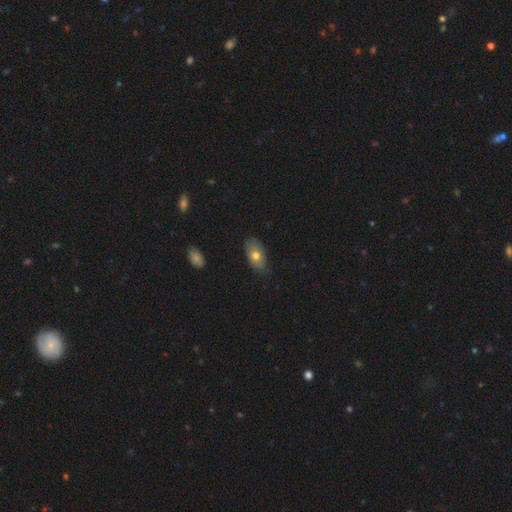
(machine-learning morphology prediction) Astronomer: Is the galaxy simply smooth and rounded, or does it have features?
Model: smooth — 72%.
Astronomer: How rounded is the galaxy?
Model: in between — 91%.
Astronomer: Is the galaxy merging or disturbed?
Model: none — 76%.